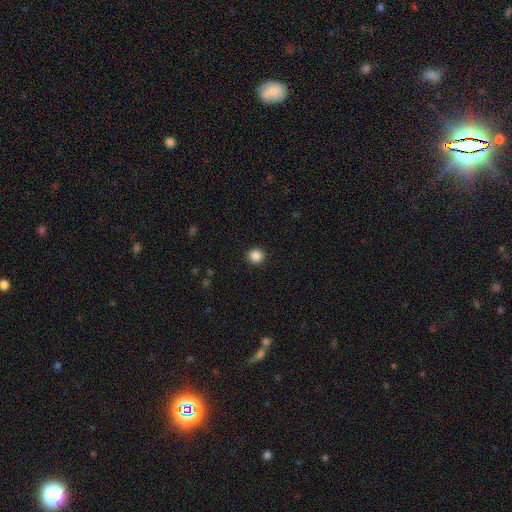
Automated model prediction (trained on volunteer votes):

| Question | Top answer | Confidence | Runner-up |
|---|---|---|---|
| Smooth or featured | smooth | 87% | star or artifact (10%) |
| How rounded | round | 94% | in between (5%) |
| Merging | none | 92% | minor disturbance (5%) |